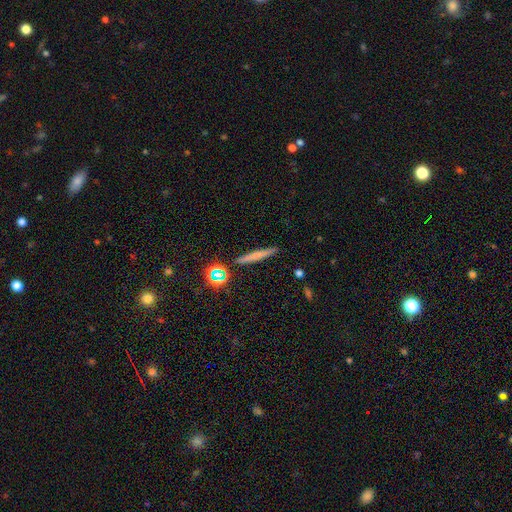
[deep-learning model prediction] smooth 60%, featured or disk 27%, star or artifact 12%. Down the decision tree: how rounded — cigar-shaped (91%); merging — none (89%).